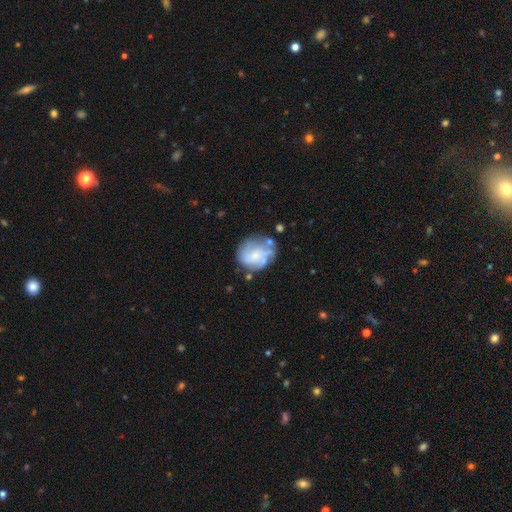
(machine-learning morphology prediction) A featured or disk galaxy (60%) with no bar (76%), spiral arms (68%) and a small central bulge (47%). Merging: none (56%).